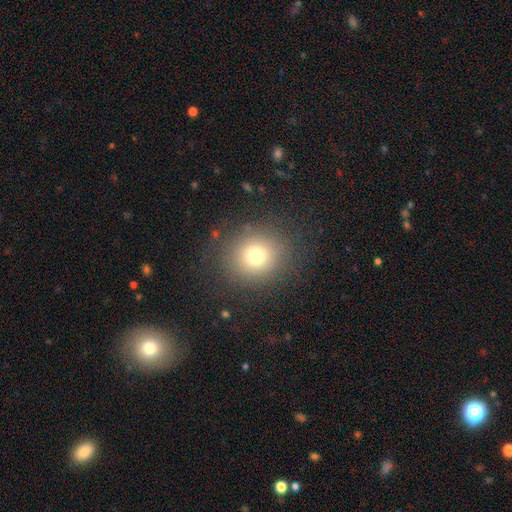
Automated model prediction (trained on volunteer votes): A smooth galaxy with no disk features (73%) that is round (89%). Merging: none (86%).